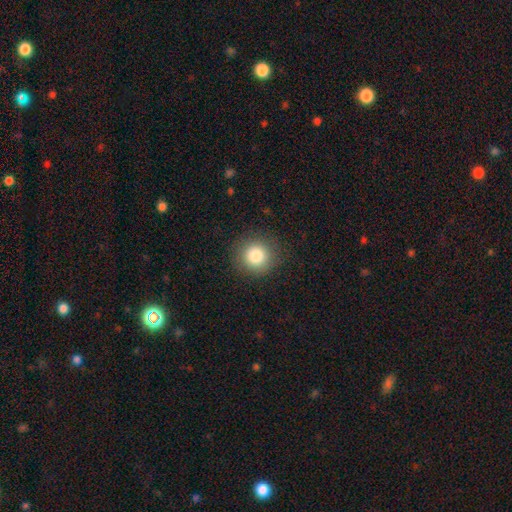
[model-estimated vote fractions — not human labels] This is clearly a smooth galaxy (83%). How rounded: clearly round (94%). Merging: clearly none (89%).